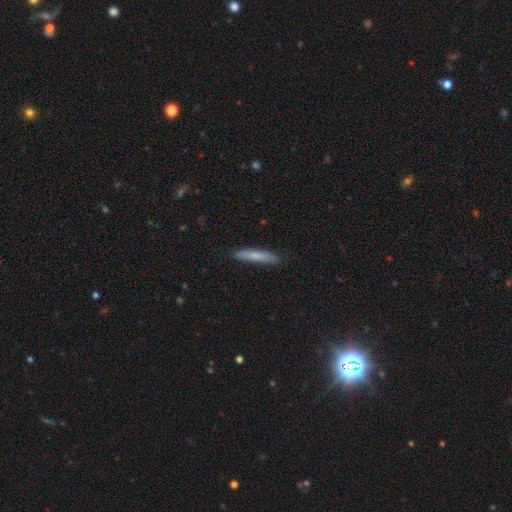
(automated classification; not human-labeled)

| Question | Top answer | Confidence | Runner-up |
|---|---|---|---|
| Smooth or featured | smooth | 73% | featured or disk (21%) |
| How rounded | cigar-shaped | 93% | in between (6%) |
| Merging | none | 88% | minor disturbance (9%) |